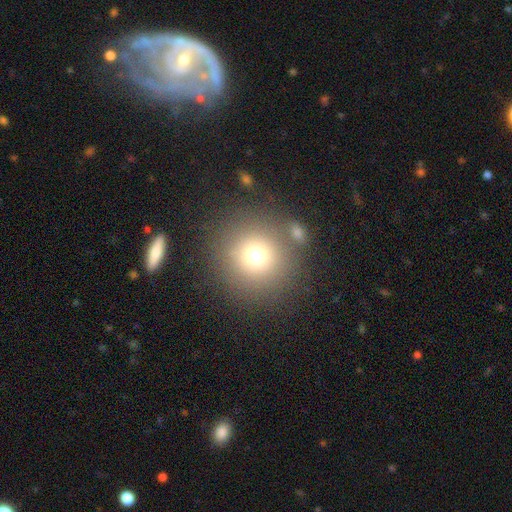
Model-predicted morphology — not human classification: Q: Smooth or featured?
A: smooth (73%); runner-up: star or artifact (15%)
Q: How rounded?
A: round (94%); runner-up: in between (5%)
Q: Merging?
A: none (79%); runner-up: minor disturbance (9%)